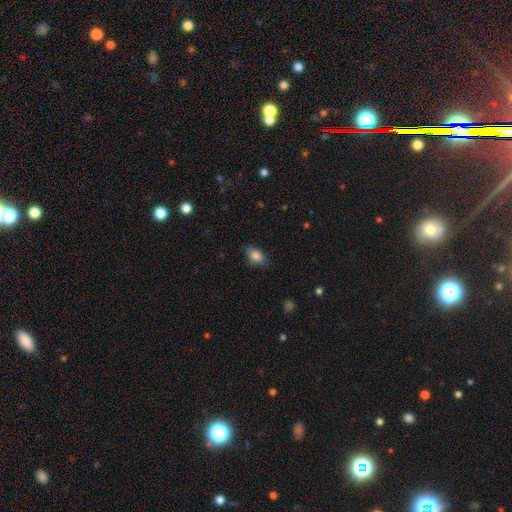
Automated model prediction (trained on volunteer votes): Overall: smooth (85%). How rounded: in between (86%). Merging: none (82%).